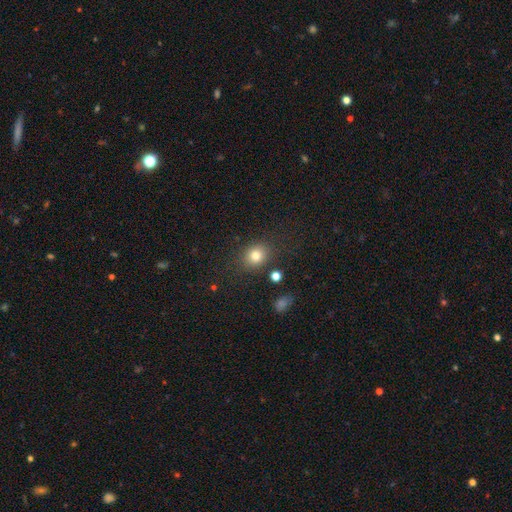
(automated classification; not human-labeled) Smooth or featured?
  - smooth: 80% *
  - star or artifact: 12%
  - featured or disk: 7%
How rounded?
  - round: 65% *
  - in between: 34%
  - cigar-shaped: 1%
Merging?
  - none: 80% *
  - minor disturbance: 11%
  - major disturbance: 5%
  - merger: 4%